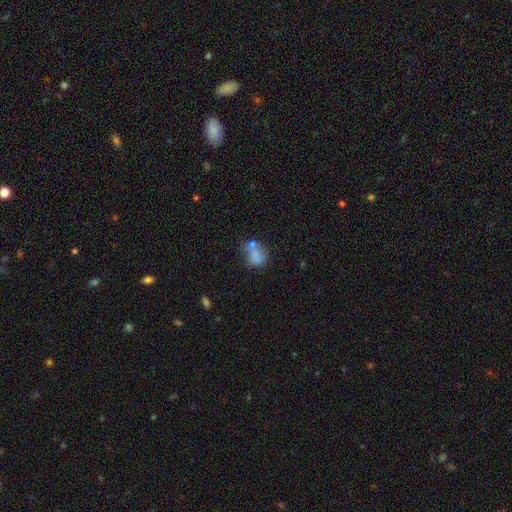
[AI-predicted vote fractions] This is likely a smooth galaxy (71%). How rounded: possibly in between (60%). Merging: marginally none (35%).